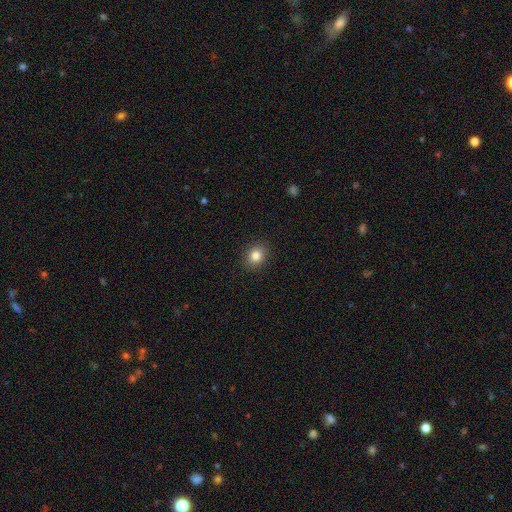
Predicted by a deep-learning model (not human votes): Smooth or featured?
  - smooth: 83% *
  - star or artifact: 11%
  - featured or disk: 7%
How rounded?
  - round: 66% *
  - in between: 33%
  - cigar-shaped: 1%
Merging?
  - none: 90% *
  - minor disturbance: 7%
  - major disturbance: 2%
  - merger: 1%